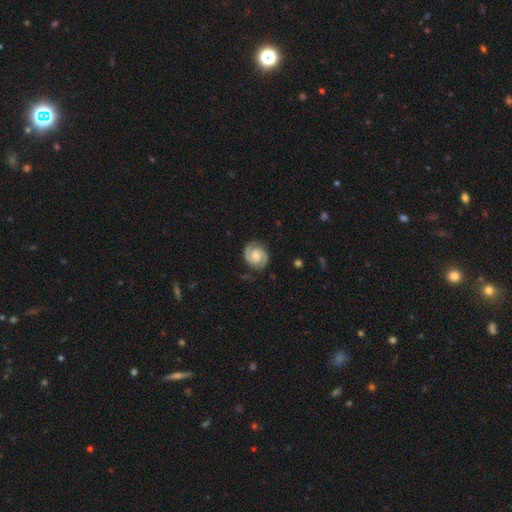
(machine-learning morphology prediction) This is clearly a featured or disk galaxy (85%). It is clearly not viewed edge-on (98%). Bar: possibly no (53%). Spiral arm pattern: clearly yes (98%). Spiral arm count: clearly 2 (93%). Spiral winding: possibly tight (53%). Central bulge: possibly moderate (51%). Merging: clearly none (84%).